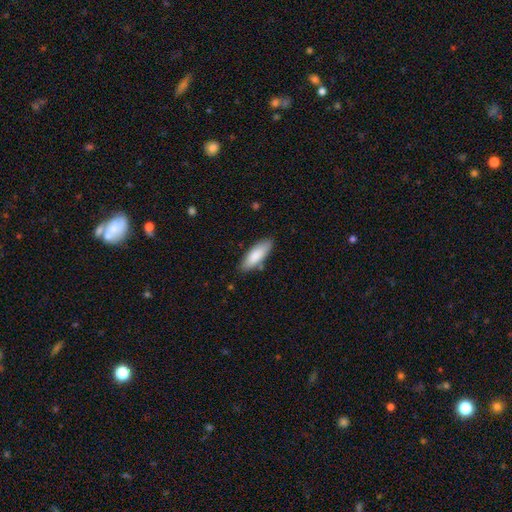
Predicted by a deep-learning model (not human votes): Smooth or featured?
  - smooth: 84% *
  - featured or disk: 11%
  - star or artifact: 6%
How rounded?
  - in between: 62% *
  - cigar-shaped: 36%
  - round: 2%
Merging?
  - none: 82% *
  - minor disturbance: 13%
  - merger: 3%
  - major disturbance: 2%